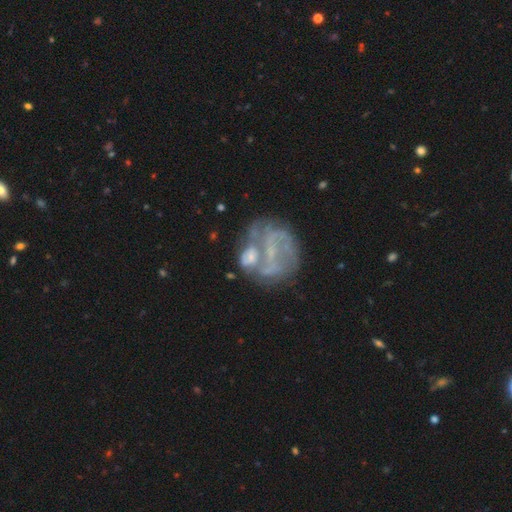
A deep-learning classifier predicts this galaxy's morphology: The model was most divided on "bulge size": small: 43%, none: 41%, moderate: 14%, large: 2%, dominant: 1%. Remaining: edge-on disk — no (98%); smooth or featured — featured or disk (72%); spiral arms — yes (59%); bar — no (47%); merging — none (34%).